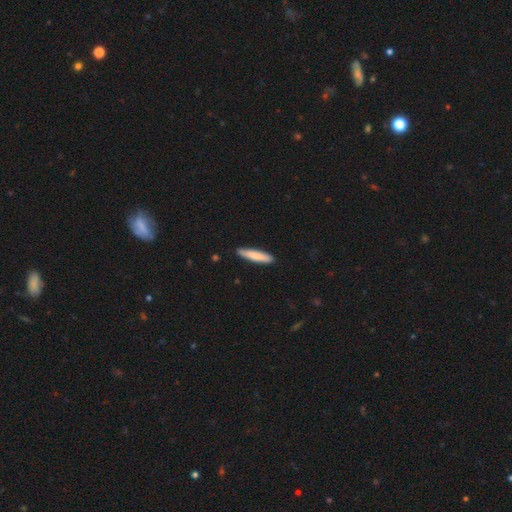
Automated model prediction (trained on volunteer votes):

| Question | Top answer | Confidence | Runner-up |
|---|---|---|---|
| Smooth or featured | smooth | 80% | featured or disk (15%) |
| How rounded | cigar-shaped | 86% | in between (13%) |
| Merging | none | 89% | minor disturbance (8%) |